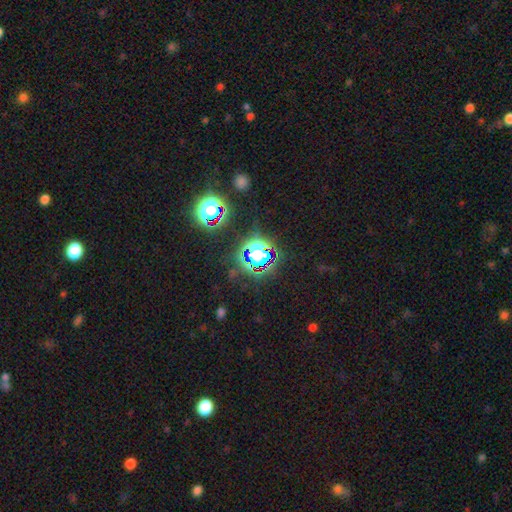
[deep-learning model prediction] A star or artifact, not a galaxy (73%).